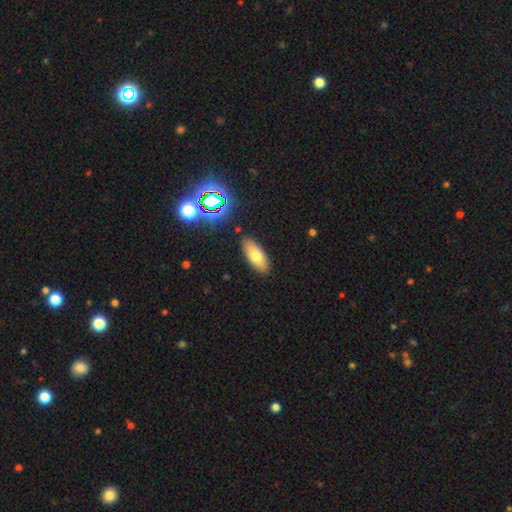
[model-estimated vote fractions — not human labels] Smooth or featured? Predicted: smooth (p=0.72). How rounded? Predicted: in between (p=0.81). Merging? Predicted: none (p=0.87).